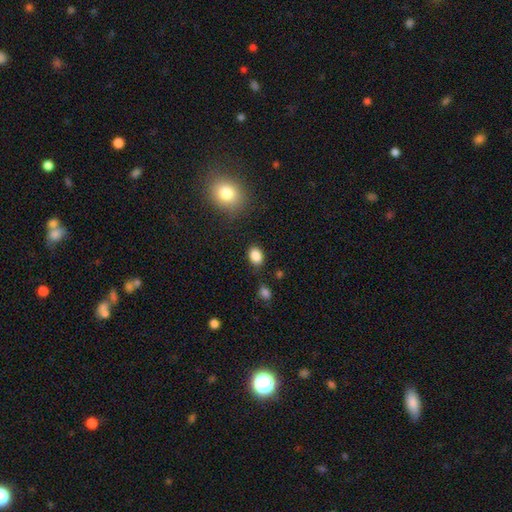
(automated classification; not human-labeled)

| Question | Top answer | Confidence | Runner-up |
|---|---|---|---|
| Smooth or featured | smooth | 86% | star or artifact (10%) |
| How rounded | in between | 71% | round (27%) |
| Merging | none | 80% | minor disturbance (14%) |